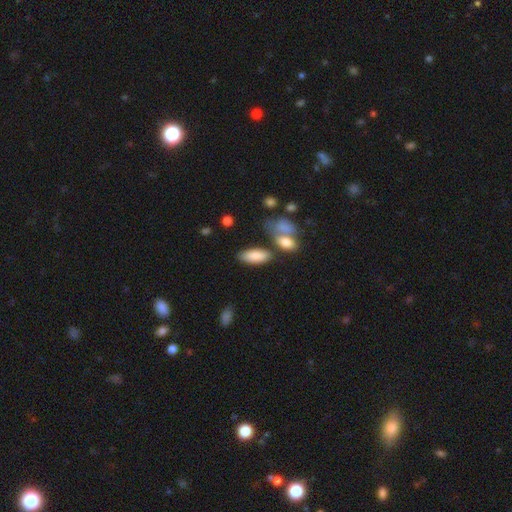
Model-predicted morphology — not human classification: Smooth or featured?
  - smooth: 84% *
  - featured or disk: 10%
  - star or artifact: 7%
How rounded?
  - in between: 83% *
  - cigar-shaped: 15%
  - round: 2%
Merging?
  - none: 65% *
  - merger: 15%
  - minor disturbance: 15%
  - major disturbance: 5%